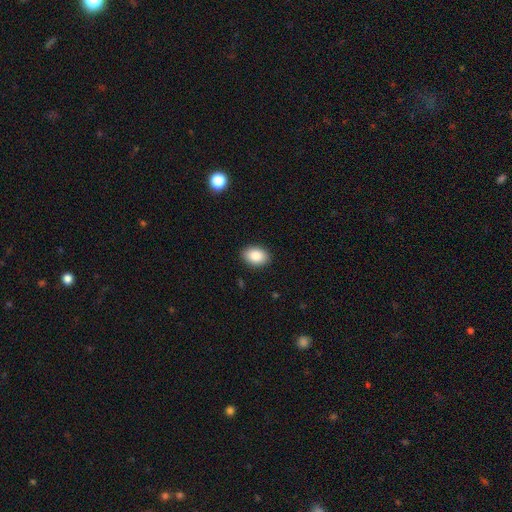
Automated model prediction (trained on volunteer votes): smooth 87%, star or artifact 7%, featured or disk 5%. Down the decision tree: how rounded — in between (81%); merging — none (89%).